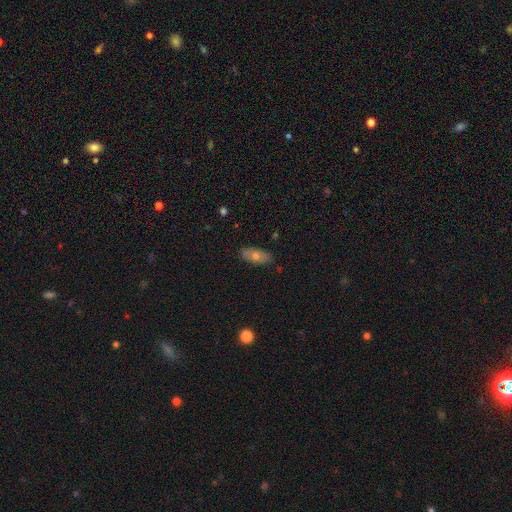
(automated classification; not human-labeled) smooth-or-featured: smooth: 58% | featured or disk: 33% | star or artifact: 8%
  how-rounded: in between: 85% | cigar-shaped: 10% | round: 4%
  merging: none: 84% | minor disturbance: 13% | major disturbance: 2% | merger: 1%